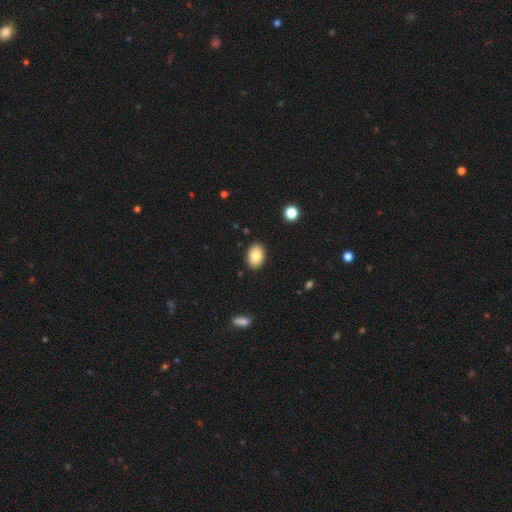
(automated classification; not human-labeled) Smooth or featured: smooth — 85% (star or artifact — 8%)
How rounded: in between — 85% (round — 14%)
Merging: none — 89% (minor disturbance — 8%)